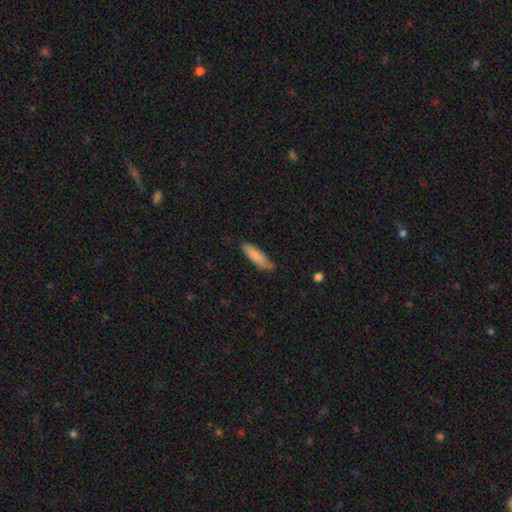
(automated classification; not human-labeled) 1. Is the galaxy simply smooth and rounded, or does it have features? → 84% smooth, 10% featured or disk, 6% star or artifact.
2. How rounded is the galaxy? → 70% cigar-shaped, 29% in between, 1% round.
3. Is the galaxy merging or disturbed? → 78% none, 18% minor disturbance, 3% major disturbance, 1% merger.